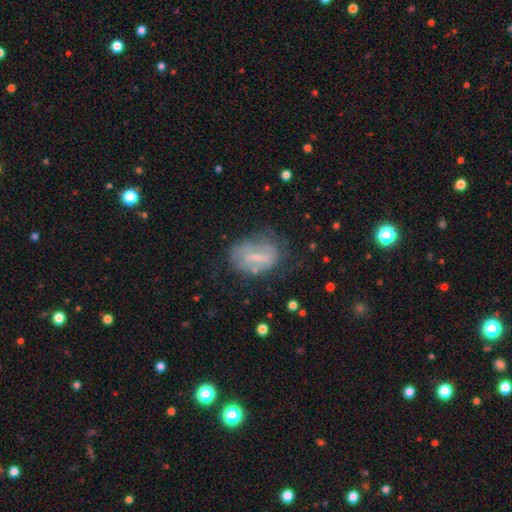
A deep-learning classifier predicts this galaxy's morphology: The model was most divided on "smooth or featured": featured or disk: 47%, smooth: 42%, star or artifact: 11%. More confident: merging — none (54%).